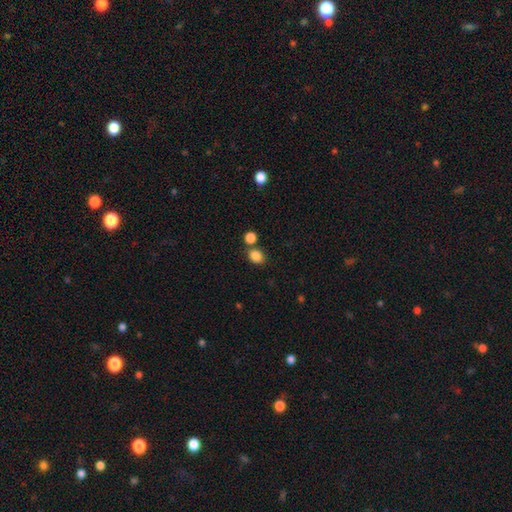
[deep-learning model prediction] Smooth or featured: smooth — 85% (star or artifact — 11%)
How rounded: round — 53% (in between — 46%)
Merging: none — 66% (merger — 21%)